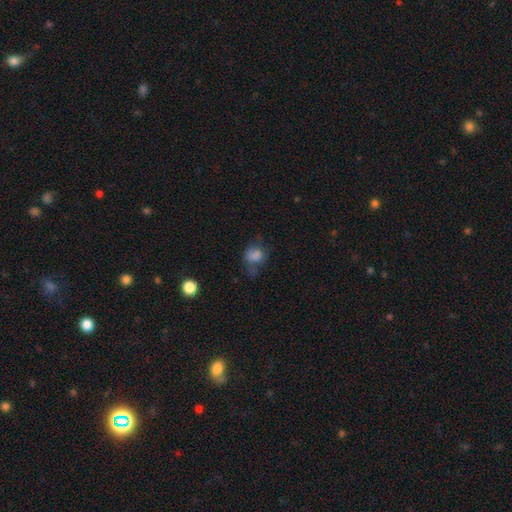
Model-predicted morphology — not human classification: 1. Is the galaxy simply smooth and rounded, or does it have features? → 72% smooth, 14% star or artifact, 13% featured or disk.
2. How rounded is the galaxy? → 54% round, 45% in between, 1% cigar-shaped.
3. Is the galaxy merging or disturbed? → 46% none, 27% minor disturbance, 23% major disturbance, 4% merger.